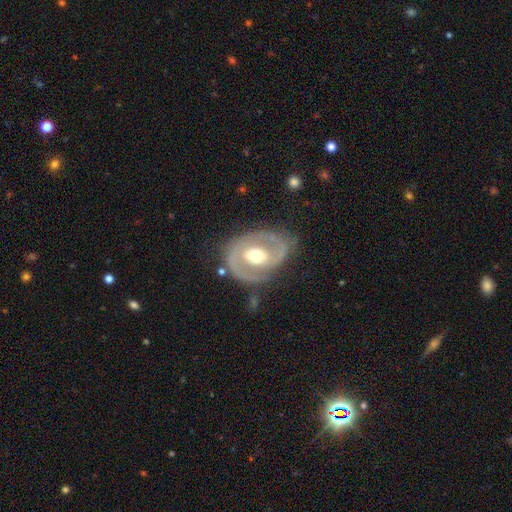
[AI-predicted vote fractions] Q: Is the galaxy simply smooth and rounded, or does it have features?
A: featured or disk — 83%.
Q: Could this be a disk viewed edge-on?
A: no — 96%.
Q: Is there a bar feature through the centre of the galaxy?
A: no — 42%.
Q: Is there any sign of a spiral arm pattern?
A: yes — 80%.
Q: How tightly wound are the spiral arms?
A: tight — 44%.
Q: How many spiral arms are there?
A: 2 — 77%.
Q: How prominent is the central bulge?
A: moderate — 72%.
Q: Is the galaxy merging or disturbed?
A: none — 71%.